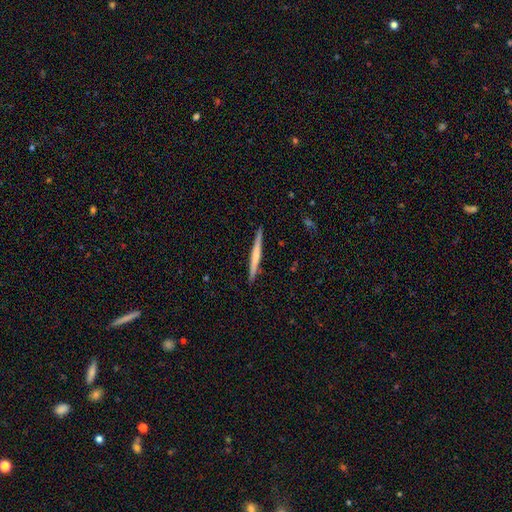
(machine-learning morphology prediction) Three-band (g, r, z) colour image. It shows a featured or disk galaxy (51%) viewed edge-on (98%) with no central bulge (62%). Merging: none (92%).